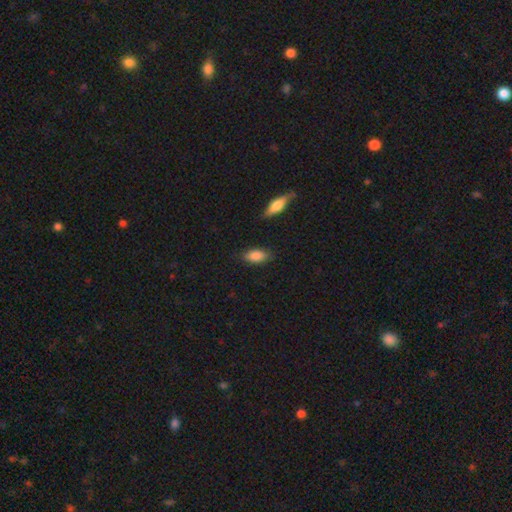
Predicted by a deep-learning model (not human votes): A smooth galaxy with no disk features (84%) that is in between round and cigar-shaped (88%).

Vote fractions:
- Smooth or featured? smooth: 84% / featured or disk: 9% / star or artifact: 7%
- How rounded? in between: 88% / cigar-shaped: 8% / round: 4%
- Merging? none: 82% / minor disturbance: 13% / major disturbance: 3% / merger: 2%